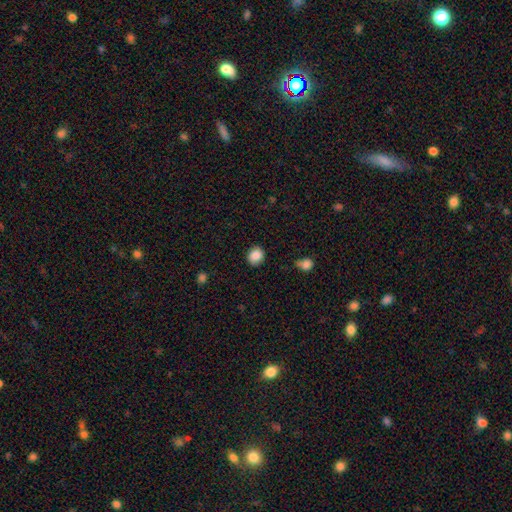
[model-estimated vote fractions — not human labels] Overall: smooth (87%). How rounded: round (77%). Merging: none (86%).